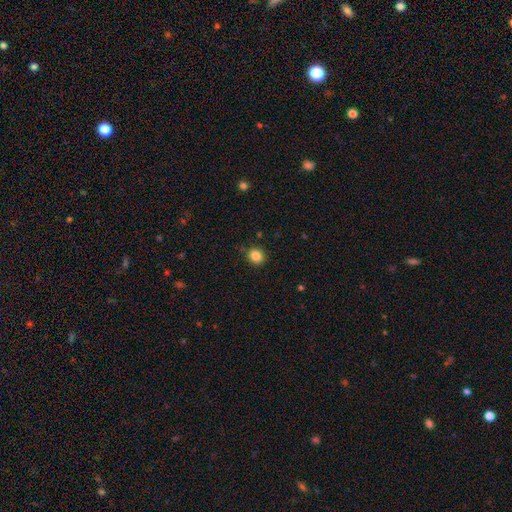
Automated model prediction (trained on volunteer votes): smooth_or_featured: smooth (p=0.85) [alt: star or artifact p=0.11]
how_rounded: round (p=0.76) [alt: in between p=0.23]
merging: none (p=0.86) [alt: minor disturbance p=0.10]